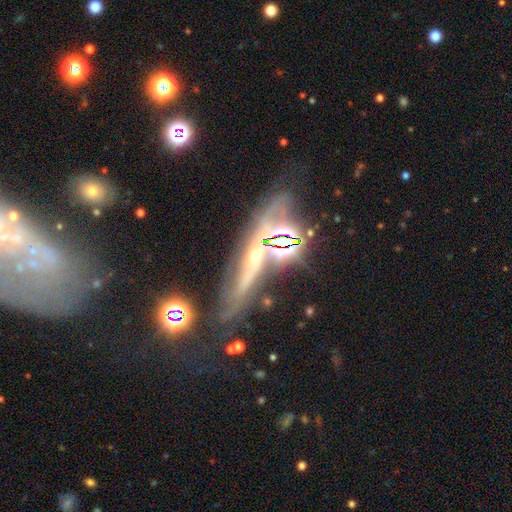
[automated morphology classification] Smooth or featured? Predicted: featured or disk (p=0.67). Edge-on disk? Predicted: yes (p=0.69). Merging? Predicted: none (p=0.54).